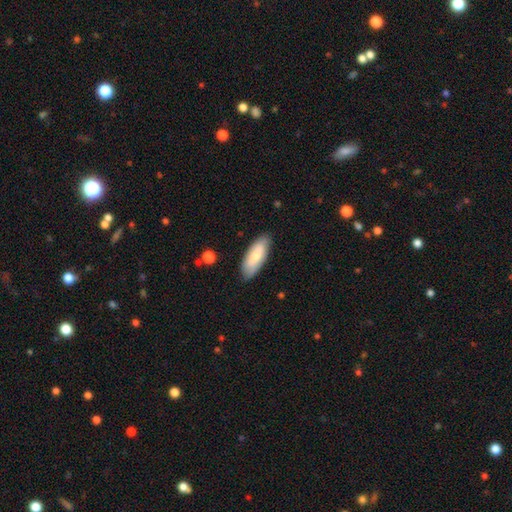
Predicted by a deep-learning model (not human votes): A smooth galaxy with no disk features (75%) that is in between round and cigar-shaped (76%). Merging: none (84%).